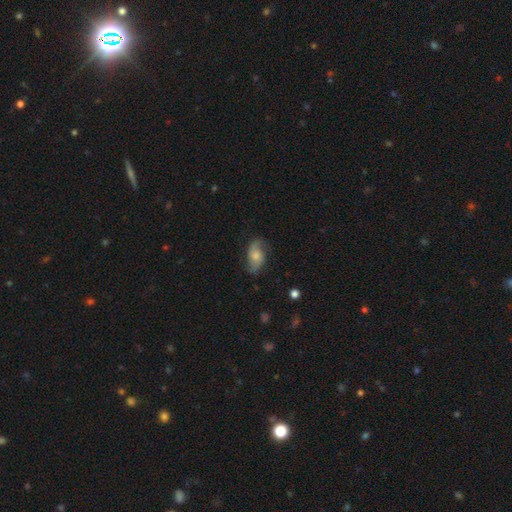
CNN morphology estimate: Smooth or featured: smooth — 47% (featured or disk — 45%)
Merging: none — 68% (minor disturbance — 22%)